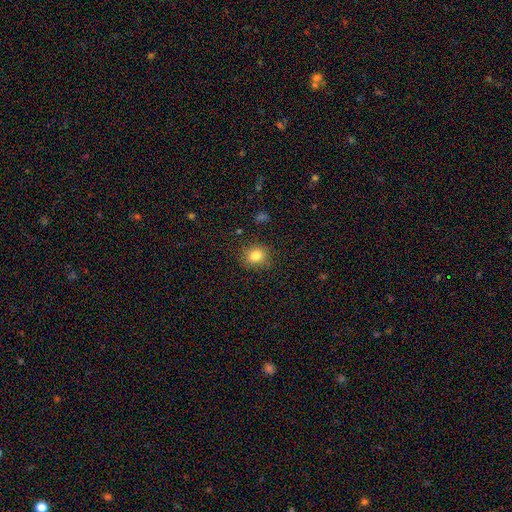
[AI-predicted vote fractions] Smooth or featured: smooth — 82% (star or artifact — 11%)
How rounded: round — 72% (in between — 27%)
Merging: none — 86% (minor disturbance — 10%)